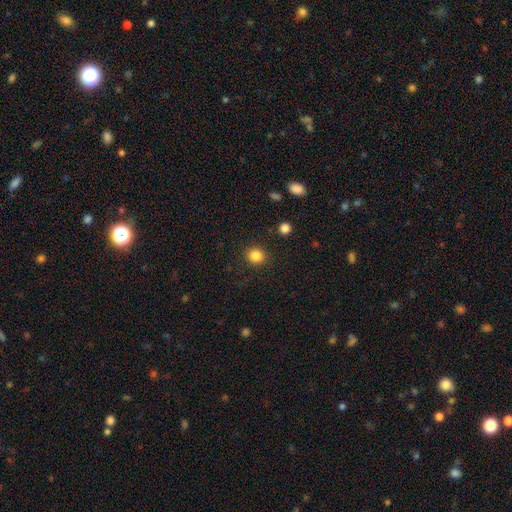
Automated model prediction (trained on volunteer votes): smooth-or-featured: smooth: 85% | star or artifact: 11% | featured or disk: 4%
  how-rounded: round: 89% | in between: 10% | cigar-shaped: 1%
  merging: none: 90% | minor disturbance: 6% | major disturbance: 2% | merger: 1%